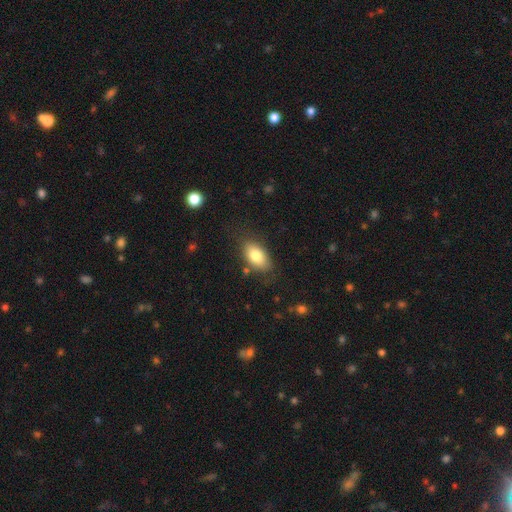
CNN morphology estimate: Smooth or featured?
  - smooth: 80% *
  - featured or disk: 13%
  - star or artifact: 7%
How rounded?
  - in between: 91% *
  - round: 6%
  - cigar-shaped: 3%
Merging?
  - none: 78% *
  - minor disturbance: 15%
  - major disturbance: 4%
  - merger: 3%